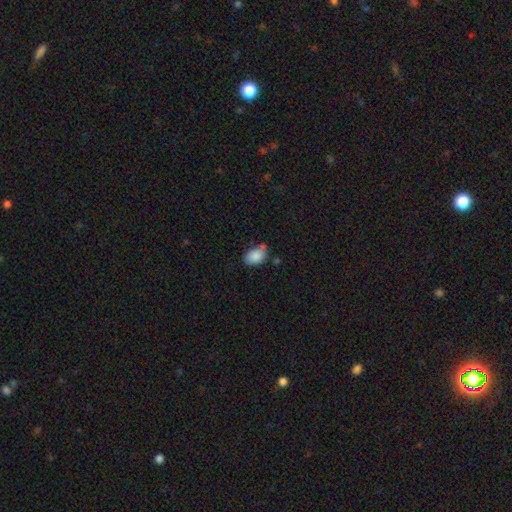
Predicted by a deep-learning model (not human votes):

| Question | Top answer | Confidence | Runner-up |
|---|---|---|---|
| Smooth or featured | smooth | 88% | star or artifact (8%) |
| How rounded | in between | 85% | round (14%) |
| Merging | none | 57% | minor disturbance (28%) |